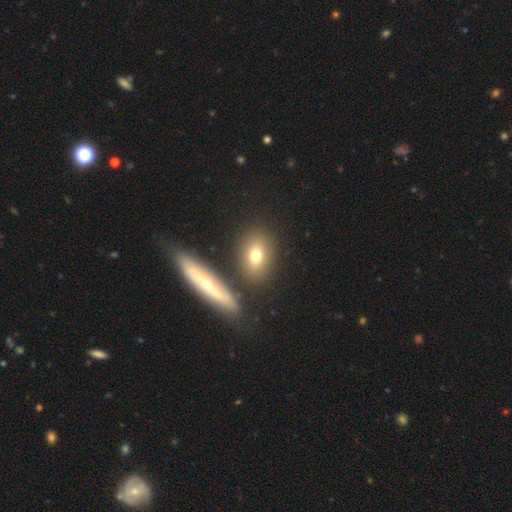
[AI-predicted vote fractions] A smooth galaxy with no disk features (72%) that is in between round and cigar-shaped (67%).

Vote fractions:
- Smooth or featured? smooth: 72% / featured or disk: 17% / star or artifact: 10%
- How rounded? in between: 67% / round: 26% / cigar-shaped: 7%
- Merging? none: 79% / minor disturbance: 10% / merger: 7% / major disturbance: 3%